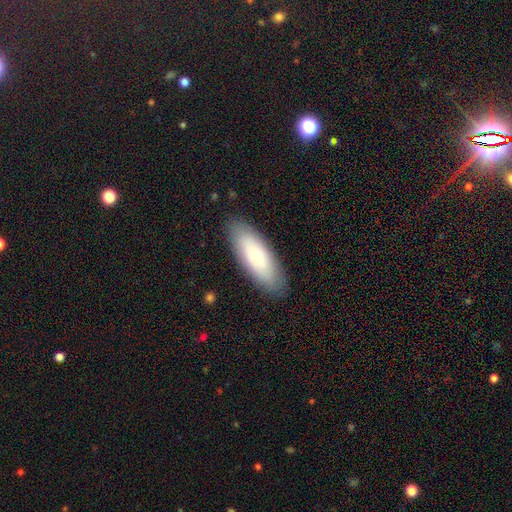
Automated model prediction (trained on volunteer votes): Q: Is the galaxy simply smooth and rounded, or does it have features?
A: smooth — 66%.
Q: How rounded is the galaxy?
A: in between — 67%.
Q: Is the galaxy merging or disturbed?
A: none — 87%.